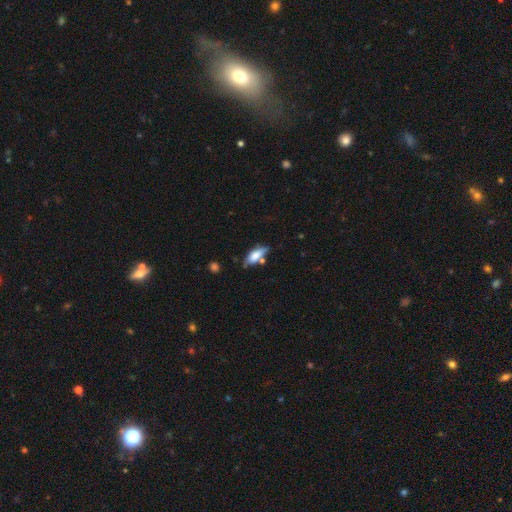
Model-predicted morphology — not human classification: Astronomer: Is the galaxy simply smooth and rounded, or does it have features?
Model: smooth — 72%.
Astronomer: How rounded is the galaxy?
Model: in between — 75%.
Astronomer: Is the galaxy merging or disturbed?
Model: none — 55%.